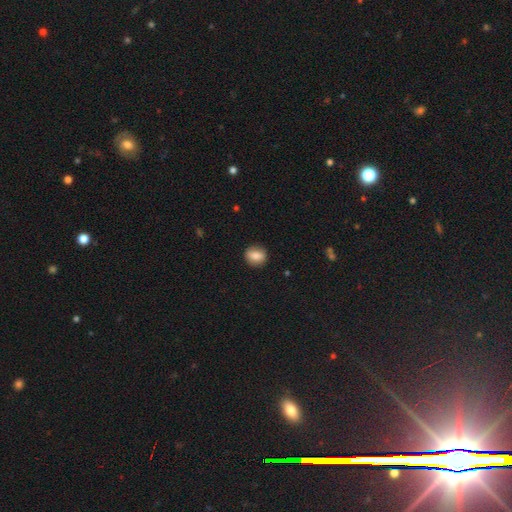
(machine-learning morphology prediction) This appears to be a smooth galaxy with no disk features (82%) that is round (70%). Merging: none (89%).